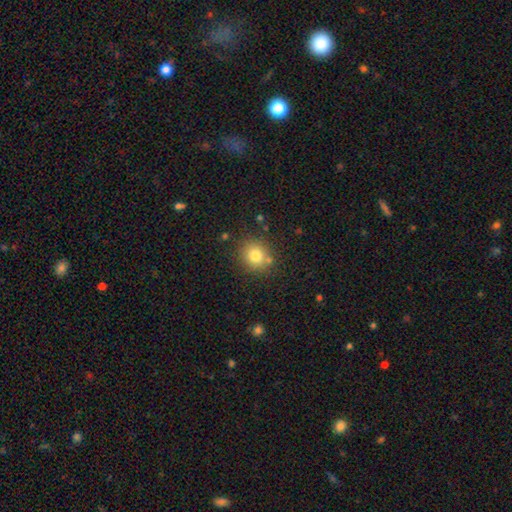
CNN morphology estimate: Smooth or featured?
  - smooth: 78% *
  - star or artifact: 12%
  - featured or disk: 9%
How rounded?
  - round: 85% *
  - in between: 14%
  - cigar-shaped: 1%
Merging?
  - none: 80% *
  - minor disturbance: 10%
  - merger: 6%
  - major disturbance: 3%